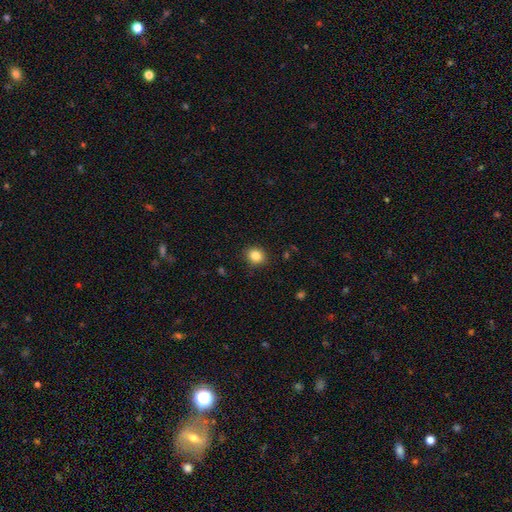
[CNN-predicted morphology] This is clearly a smooth galaxy (84%). How rounded: likely round (73%). Merging: clearly none (89%).